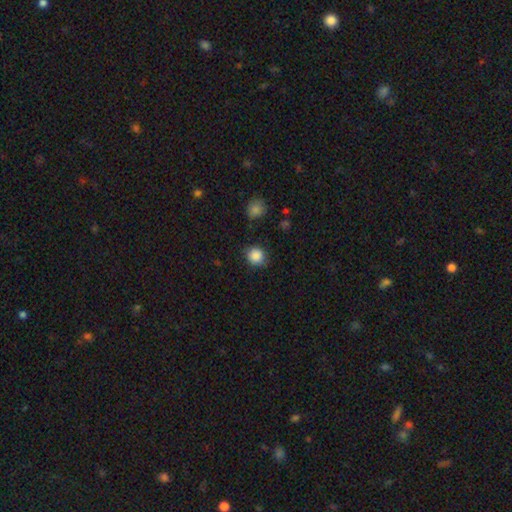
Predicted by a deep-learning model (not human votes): A smooth galaxy with no disk features (87%) that is round (89%).

Vote fractions:
- Smooth or featured? smooth: 87% / star or artifact: 10% / featured or disk: 4%
- How rounded? round: 89% / in between: 10% / cigar-shaped: 1%
- Merging? none: 85% / minor disturbance: 11% / major disturbance: 3% / merger: 2%